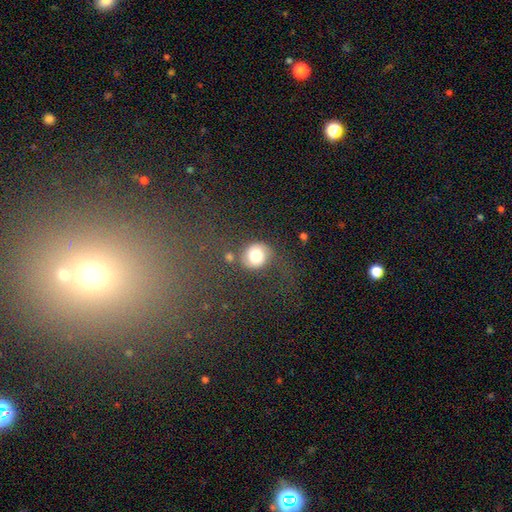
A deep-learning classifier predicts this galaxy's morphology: This appears to be a smooth galaxy with no disk features (69%) that is round (80%). Merging: none (55%).